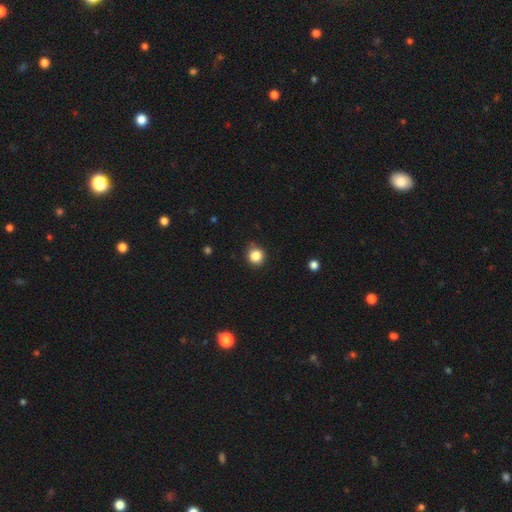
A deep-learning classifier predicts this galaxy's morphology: Overall: smooth (84%). How rounded: round (87%). Merging: none (84%).